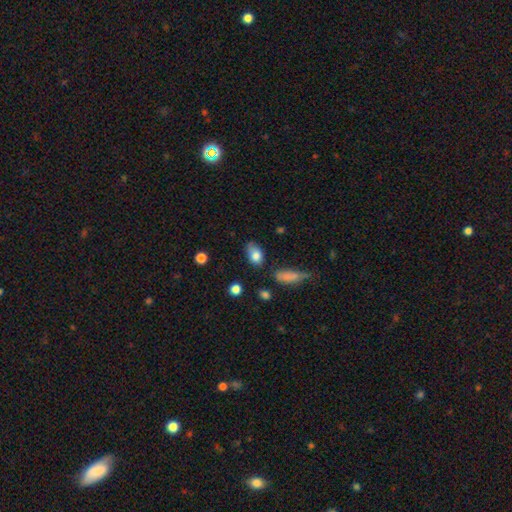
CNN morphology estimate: Smooth or featured? smooth (82%)
How rounded? in between (87%)
Merging? none (62%)